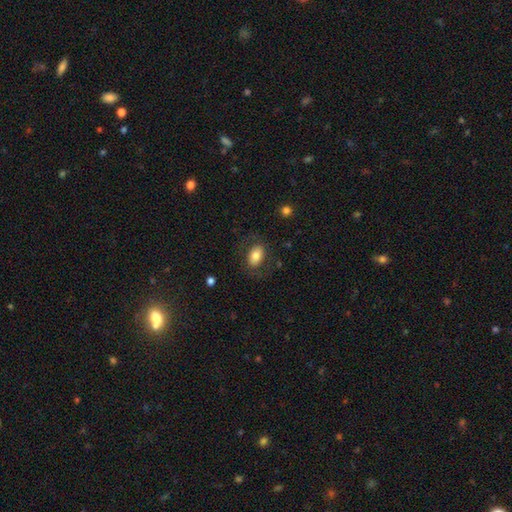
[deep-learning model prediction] Smooth or featured? smooth (76%)
How rounded? in between (85%)
Merging? none (77%)